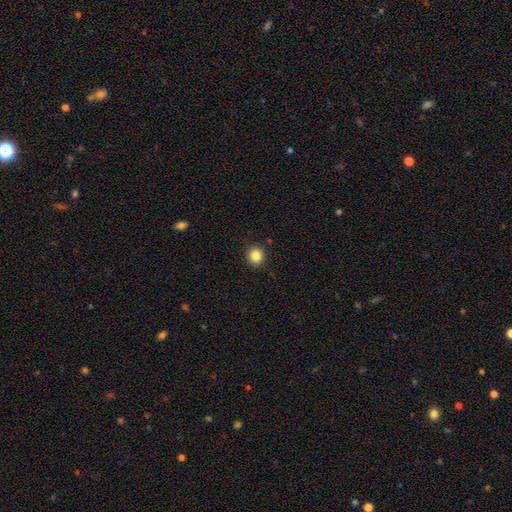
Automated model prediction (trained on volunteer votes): Smooth or featured: smooth — 85% (star or artifact — 10%)
How rounded: round — 89% (in between — 10%)
Merging: none — 90% (minor disturbance — 7%)